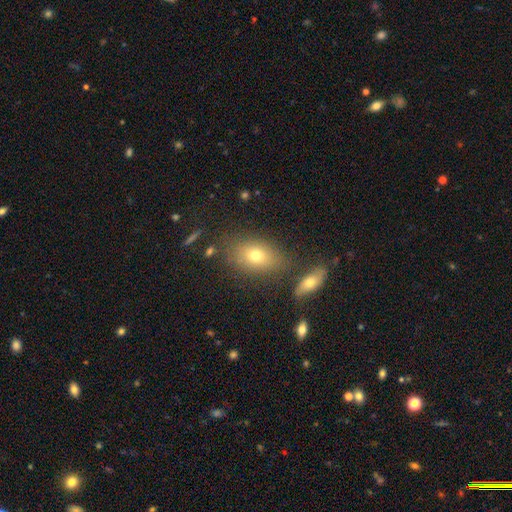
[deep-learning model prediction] Smooth or featured: smooth — 72% (featured or disk — 16%)
How rounded: in between — 77% (round — 21%)
Merging: none — 73% (minor disturbance — 13%)